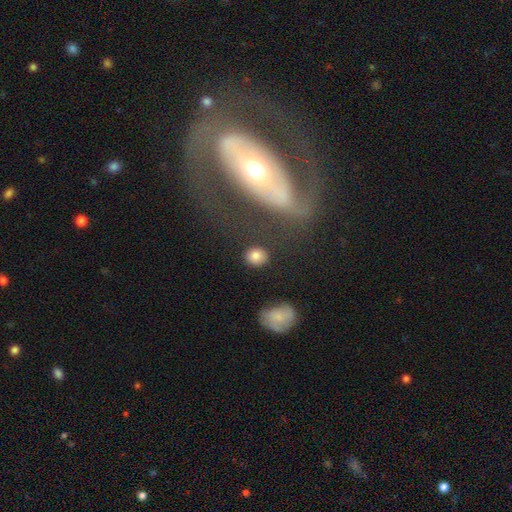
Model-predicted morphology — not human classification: Smooth or featured?
  - smooth: 83% *
  - star or artifact: 10%
  - featured or disk: 7%
How rounded?
  - round: 69% *
  - in between: 29%
  - cigar-shaped: 1%
Merging?
  - none: 83% *
  - minor disturbance: 10%
  - major disturbance: 4%
  - merger: 3%